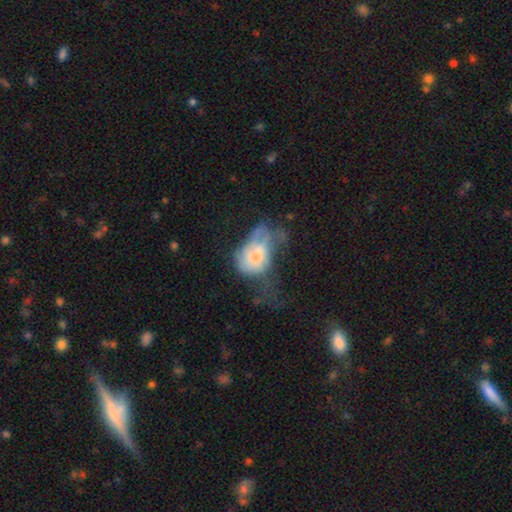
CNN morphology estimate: Overall: smooth (55%; featured or disk 35%). How rounded: in between (79%). Merging: major disturbance (57%; minor disturbance 20%).